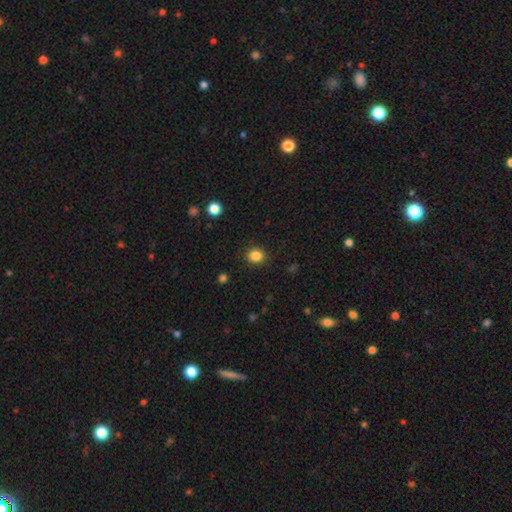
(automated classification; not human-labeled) Morphology: type=smooth (85%); roundness=round (67%); merging=none (89%).